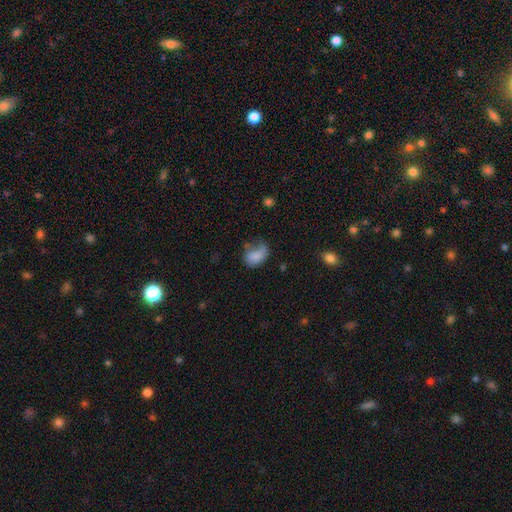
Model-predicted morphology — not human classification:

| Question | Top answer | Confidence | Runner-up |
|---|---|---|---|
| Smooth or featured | smooth | 73% | featured or disk (18%) |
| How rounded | in between | 80% | round (18%) |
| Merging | major disturbance | 32% | none (31%) |